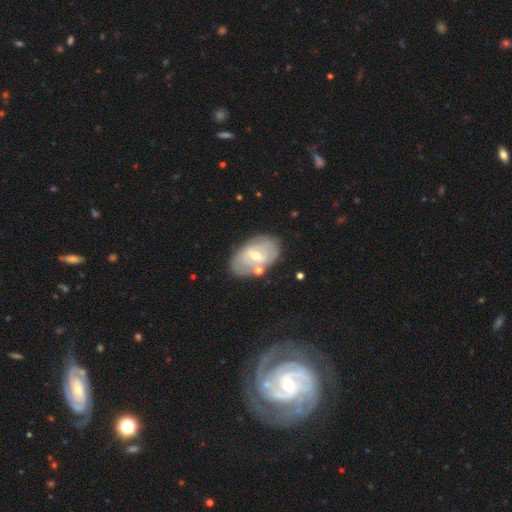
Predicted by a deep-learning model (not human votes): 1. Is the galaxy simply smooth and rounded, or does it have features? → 61% featured or disk, 33% smooth, 7% star or artifact.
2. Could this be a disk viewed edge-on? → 94% no, 6% yes.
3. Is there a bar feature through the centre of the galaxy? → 52% weak, 29% no, 19% strong.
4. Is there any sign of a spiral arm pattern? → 52% yes, 48% no.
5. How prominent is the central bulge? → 52% moderate, 44% small, 2% large, 1% none, 1% dominant.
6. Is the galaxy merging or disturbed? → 72% none, 16% minor disturbance, 7% merger, 5% major disturbance.